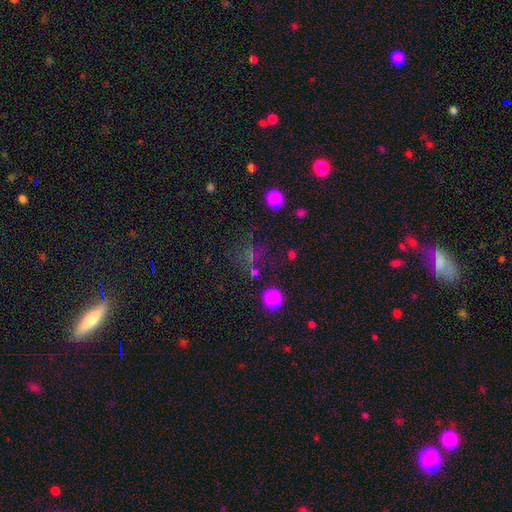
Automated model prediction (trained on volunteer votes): Q: Smooth or featured?
A: smooth (47%); runner-up: star or artifact (40%)
Q: Merging?
A: none (67%); runner-up: minor disturbance (14%)